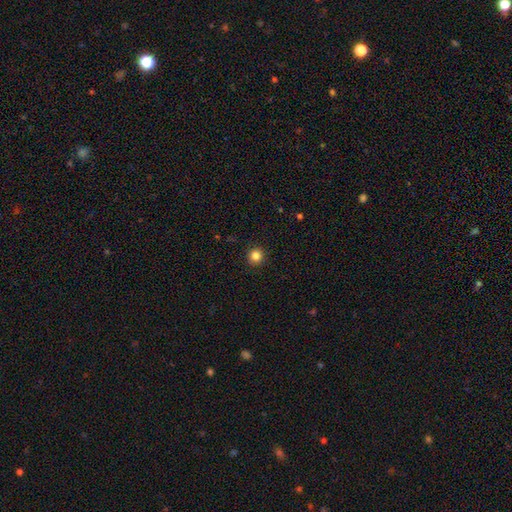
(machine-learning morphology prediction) Smooth or featured? smooth (84%)
How rounded? round (95%)
Merging? none (93%)